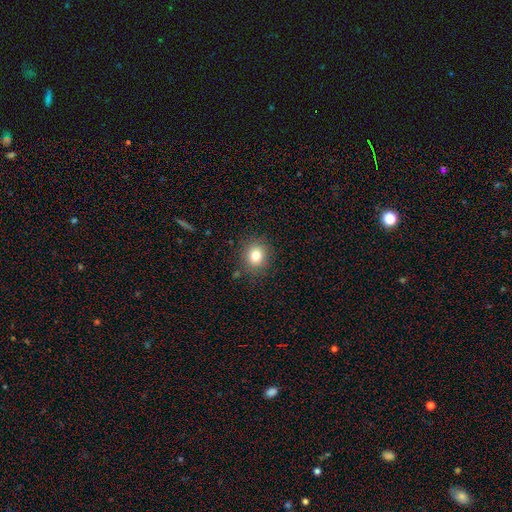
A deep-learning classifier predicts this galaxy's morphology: type=smooth (80%); roundness=round (79%); merging=none (86%).